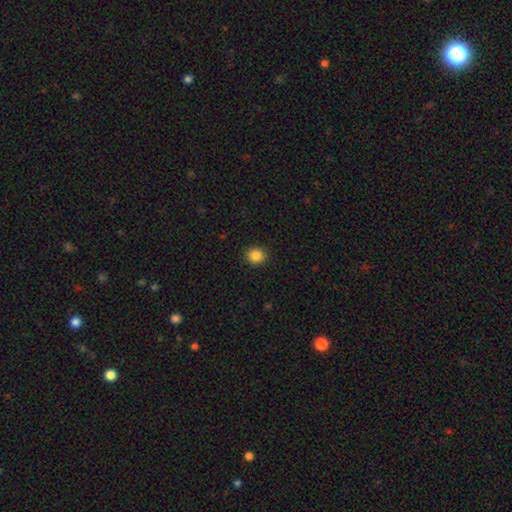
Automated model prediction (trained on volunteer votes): Smooth or featured? Predicted: smooth (p=0.86). How rounded? Predicted: round (p=0.86). Merging? Predicted: none (p=0.91).